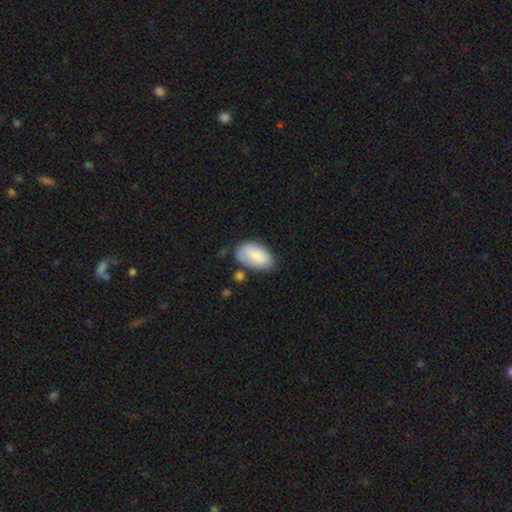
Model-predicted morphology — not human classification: smooth-or-featured: smooth: 84% | featured or disk: 10% | star or artifact: 6%
  how-rounded: in between: 94% | round: 4% | cigar-shaped: 1%
  merging: none: 65% | minor disturbance: 22% | merger: 7% | major disturbance: 6%